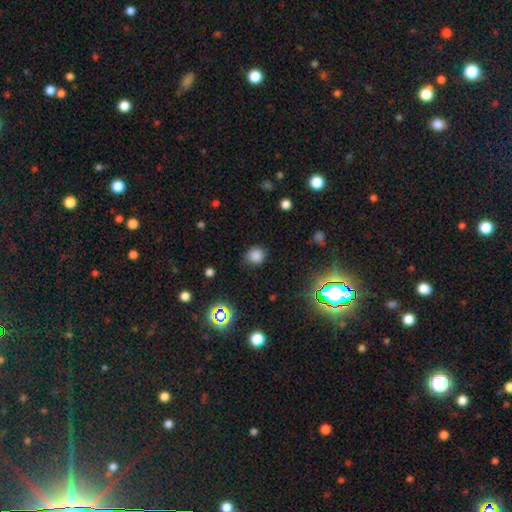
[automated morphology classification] This appears to be a smooth galaxy with no disk features (79%) that is round (85%). Merging: none (81%).